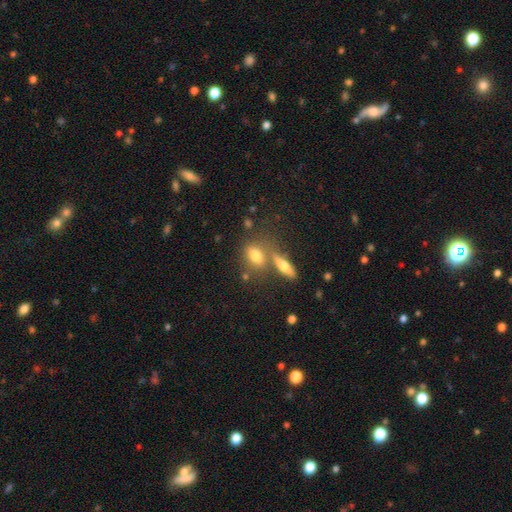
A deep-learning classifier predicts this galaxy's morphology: A smooth galaxy with no disk features (73%) that is in between round and cigar-shaped (74%).

Vote fractions:
- Smooth or featured? smooth: 73% / featured or disk: 17% / star or artifact: 10%
- How rounded? in between: 74% / round: 14% / cigar-shaped: 12%
- Merging? none: 53% / merger: 29% / minor disturbance: 12% / major disturbance: 5%